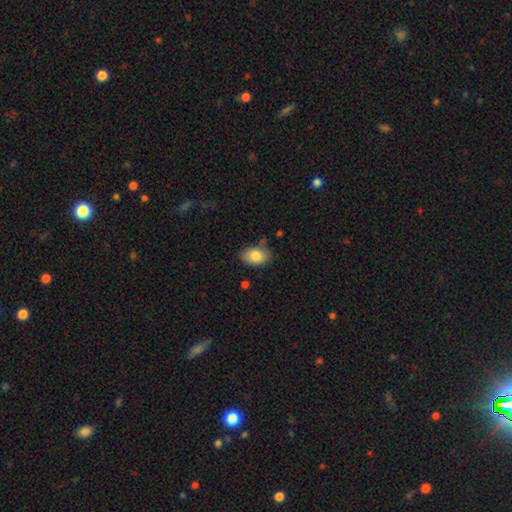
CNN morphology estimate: smooth_or_featured: smooth (p=0.84) [alt: featured or disk p=0.09]
how_rounded: in between (p=0.87) [alt: round p=0.12]
merging: none (p=0.74) [alt: minor disturbance p=0.19]